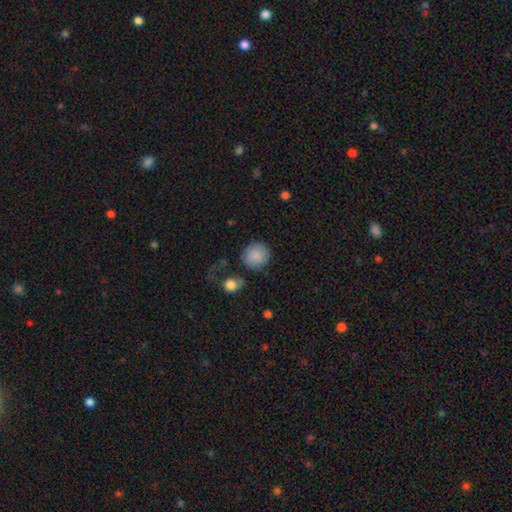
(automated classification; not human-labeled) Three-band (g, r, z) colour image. It shows a smooth galaxy with no disk features (85%) that is round (91%). Merging: none (79%).